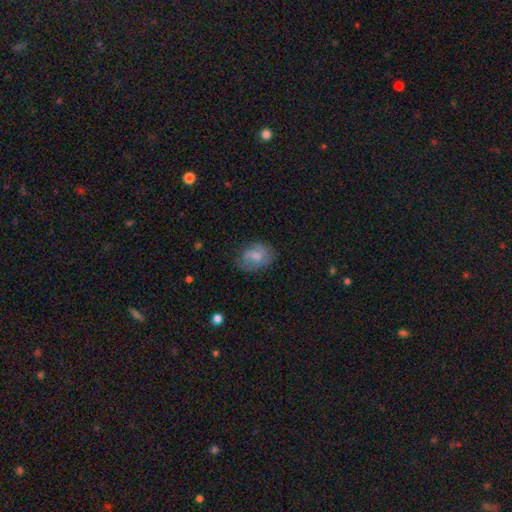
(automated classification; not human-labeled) Q: Smooth or featured?
A: smooth (61%); runner-up: featured or disk (31%)
Q: How rounded?
A: in between (70%); runner-up: round (29%)
Q: Merging?
A: none (62%); runner-up: minor disturbance (25%)